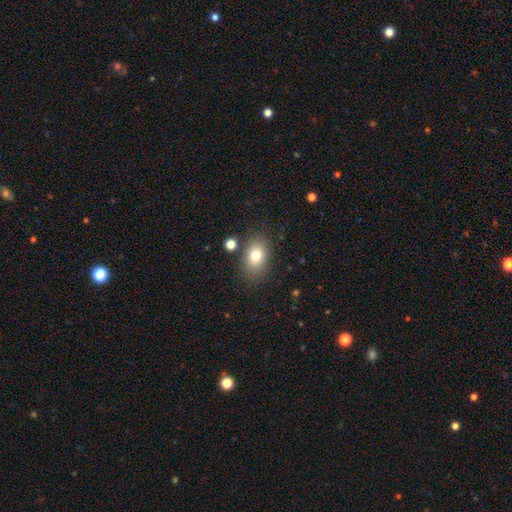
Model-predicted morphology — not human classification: smooth-or-featured: smooth: 78% | featured or disk: 12% | star or artifact: 10%
  how-rounded: in between: 79% | round: 19% | cigar-shaped: 1%
  merging: none: 78% | minor disturbance: 13% | merger: 5% | major disturbance: 4%